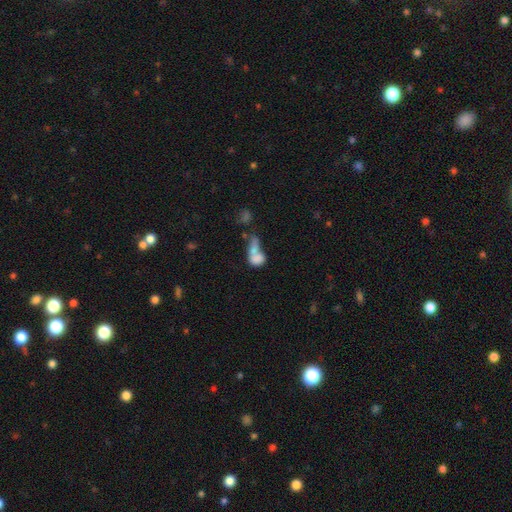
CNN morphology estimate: smooth-or-featured: smooth: 69% | featured or disk: 21% | star or artifact: 11%
  how-rounded: in between: 69% | round: 25% | cigar-shaped: 6%
  merging: merger: 64% | none: 16% | major disturbance: 12% | minor disturbance: 8%